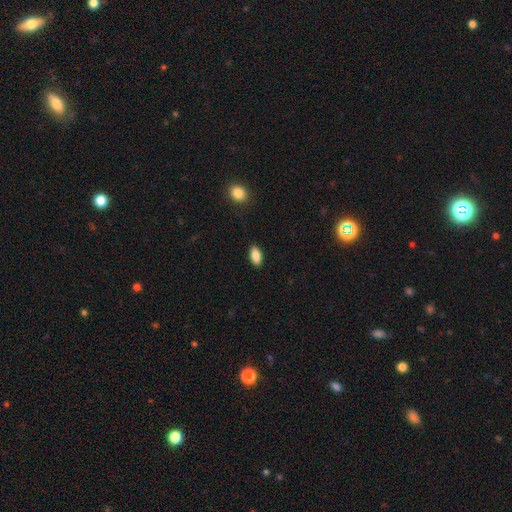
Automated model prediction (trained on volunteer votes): A smooth galaxy with no disk features (87%) that is in between round and cigar-shaped (90%). Merging: none (89%).